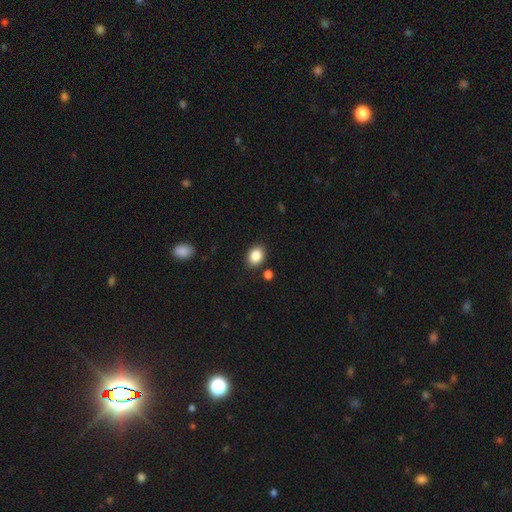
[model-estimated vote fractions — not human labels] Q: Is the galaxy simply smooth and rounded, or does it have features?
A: smooth — 86%.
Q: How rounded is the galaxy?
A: in between — 67%.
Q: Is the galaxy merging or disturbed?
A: none — 83%.